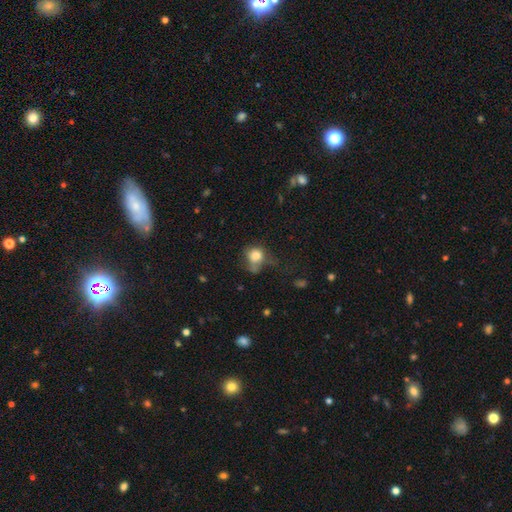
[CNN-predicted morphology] Smooth or featured: smooth — 78% (featured or disk — 11%)
How rounded: round — 71% (in between — 28%)
Merging: none — 38% (minor disturbance — 29%)